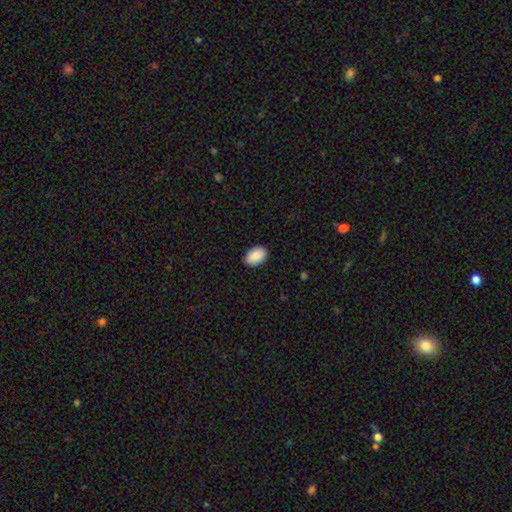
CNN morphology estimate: smooth 90%, star or artifact 6%, featured or disk 4%. Down the decision tree: how rounded — in between (85%); merging — none (88%).